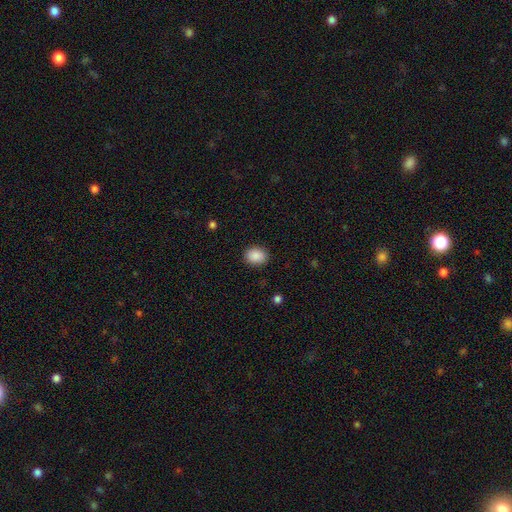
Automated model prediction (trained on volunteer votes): smooth_or_featured: smooth (p=0.89) [alt: star or artifact p=0.08]
how_rounded: in between (p=0.55) [alt: round p=0.44]
merging: none (p=0.89) [alt: minor disturbance p=0.08]